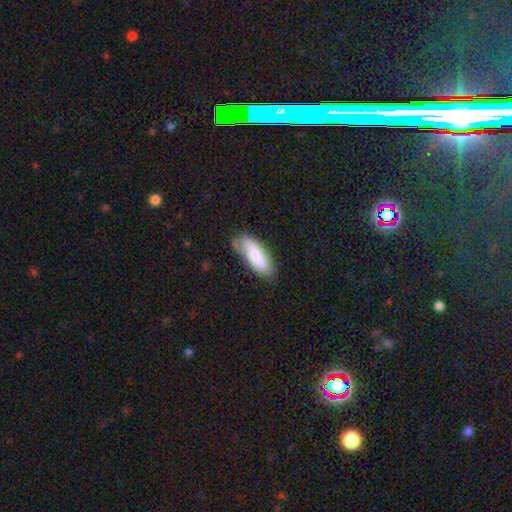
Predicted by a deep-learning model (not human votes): Overall: smooth (71%). How rounded: in between (70%). Merging: none (68%).